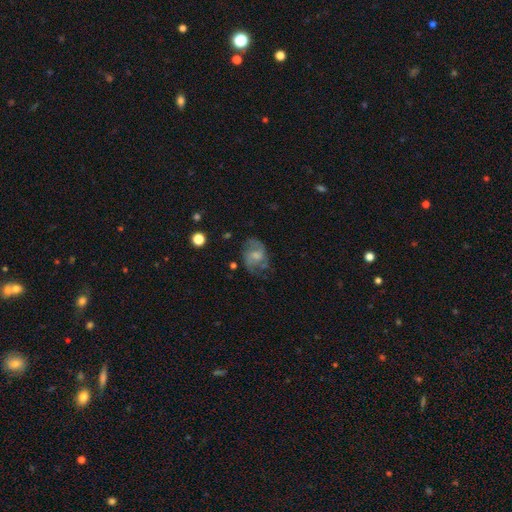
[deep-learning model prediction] Smooth or featured? Predicted: featured or disk (p=0.59). Edge-on disk? Predicted: no (p=0.97). Bar? Predicted: no (p=0.52). Spiral arms? Predicted: yes (p=0.79). Bulge size? Predicted: moderate (p=0.37). Merging? Predicted: none (p=0.56).